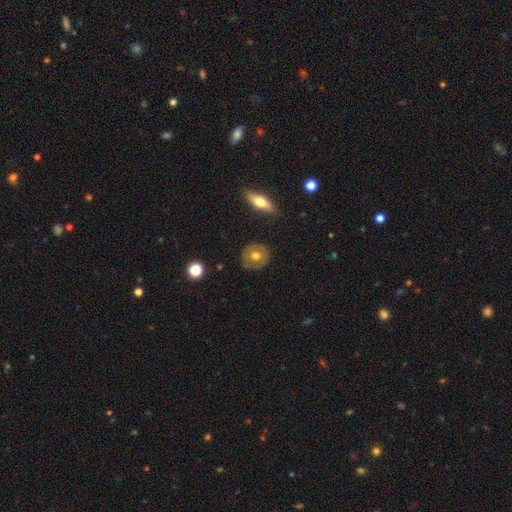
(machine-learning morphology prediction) Smooth or featured: smooth — 58% (featured or disk — 34%)
How rounded: round — 87% (in between — 12%)
Merging: none — 82% (minor disturbance — 13%)